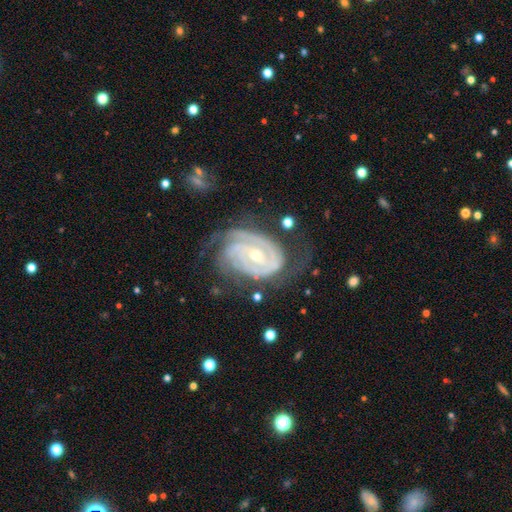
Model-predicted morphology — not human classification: The model was most divided on "spiral arm count": 2: 32%, 3: 29%, can't tell: 19%, 4: 10%, 1: 5%, more than 4: 5%. Remaining: spiral arms — yes (98%); edge-on disk — no (97%); smooth or featured — featured or disk (91%); spiral winding — tight (74%); bulge size — small (62%); merging — none (59%); bar — no (43%).